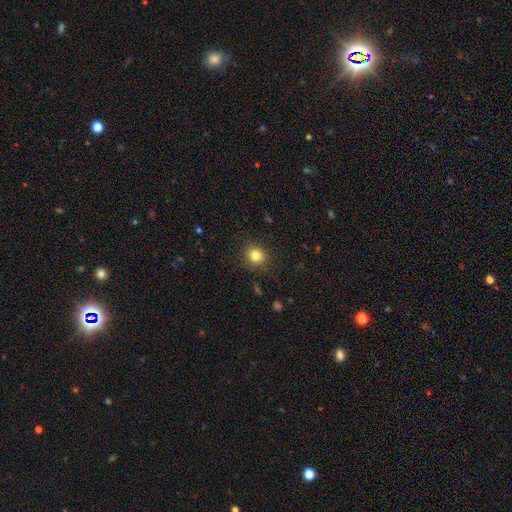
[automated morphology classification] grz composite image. It shows a smooth galaxy with no disk features (82%) that is round (82%). Merging: none (87%).